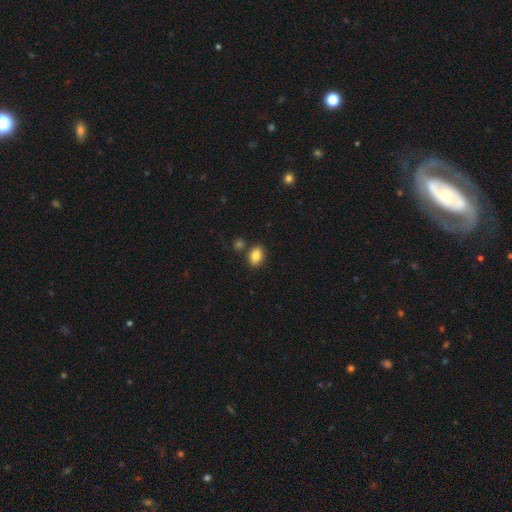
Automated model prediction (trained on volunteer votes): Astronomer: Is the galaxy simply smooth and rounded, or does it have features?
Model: smooth — 85%.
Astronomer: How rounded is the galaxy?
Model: in between — 73%.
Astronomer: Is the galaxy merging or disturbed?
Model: none — 77%.